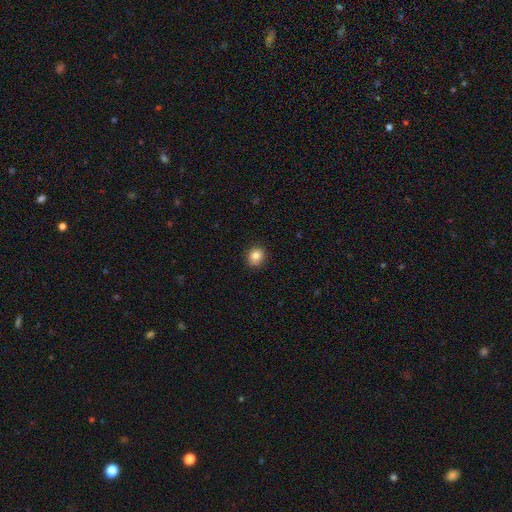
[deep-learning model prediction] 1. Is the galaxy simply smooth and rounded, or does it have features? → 83% smooth, 10% star or artifact, 6% featured or disk.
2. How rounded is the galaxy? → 80% round, 19% in between, 1% cigar-shaped.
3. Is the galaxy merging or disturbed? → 89% none, 8% minor disturbance, 2% major disturbance, 1% merger.